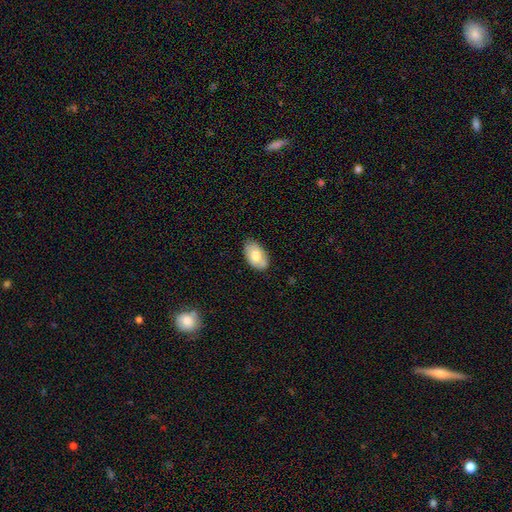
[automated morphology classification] Smooth or featured? Predicted: smooth (p=0.74). How rounded? Predicted: in between (p=0.94). Merging? Predicted: none (p=0.79).